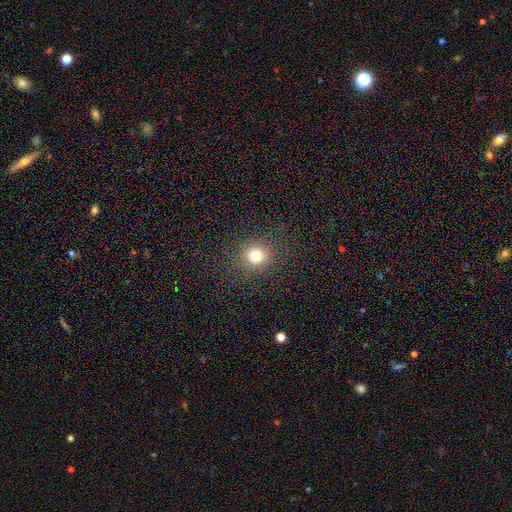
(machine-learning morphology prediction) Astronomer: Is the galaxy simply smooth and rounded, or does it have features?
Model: smooth — 75%.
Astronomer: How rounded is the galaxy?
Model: round — 86%.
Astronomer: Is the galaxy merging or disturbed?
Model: none — 88%.